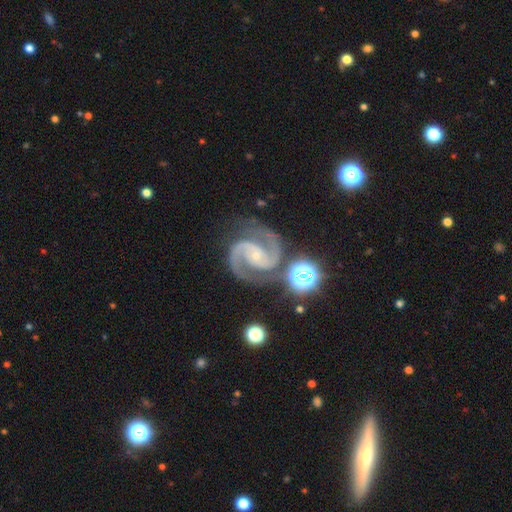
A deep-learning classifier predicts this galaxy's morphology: Smooth or featured: featured or disk — 93% (star or artifact — 5%)
Edge-on disk: no — 98% (yes — 2%)
Bar: no — 53% (weak — 31%)
Spiral arms: yes — 99% (no — 1%)
Spiral winding: medium — 64% (tight — 28%)
Spiral arm count: 2 — 92% (3 — 3%)
Bulge size: small — 79% (moderate — 16%)
Merging: none — 73% (minor disturbance — 16%)